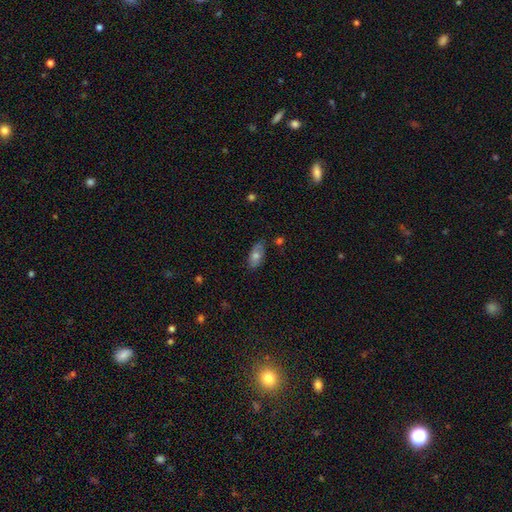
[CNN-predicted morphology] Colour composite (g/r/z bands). It shows a smooth galaxy with no disk features (61%) that is in between round and cigar-shaped (89%). Merging: none (76%).